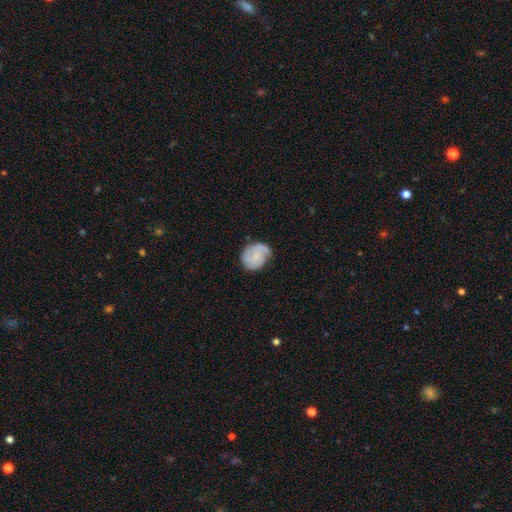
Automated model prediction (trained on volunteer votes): Overall: smooth (47%; featured or disk 46%). Merging: none (58%; minor disturbance 31%).